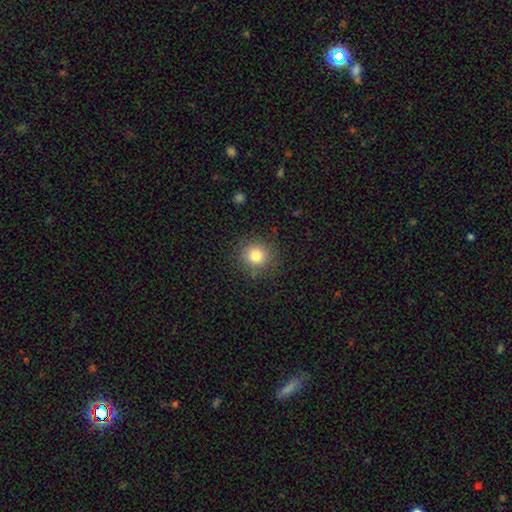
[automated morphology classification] The model was most divided on "smooth or featured": smooth: 81%, star or artifact: 12%, featured or disk: 7%. More confident: how rounded — round (92%); merging — none (87%).